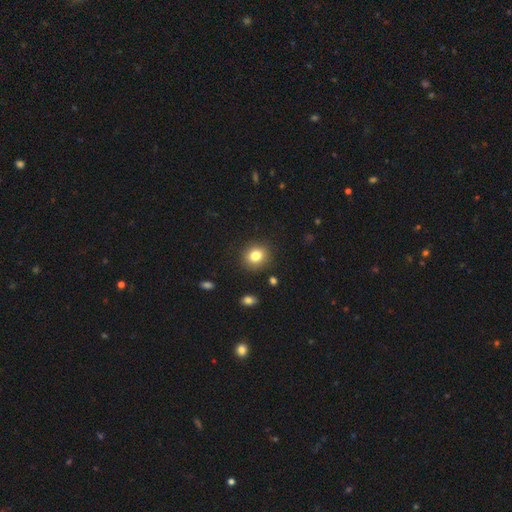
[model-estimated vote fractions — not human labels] smooth_or_featured: smooth (p=0.81) [alt: star or artifact p=0.11]
how_rounded: round (p=0.77) [alt: in between p=0.23]
merging: none (p=0.89) [alt: minor disturbance p=0.08]